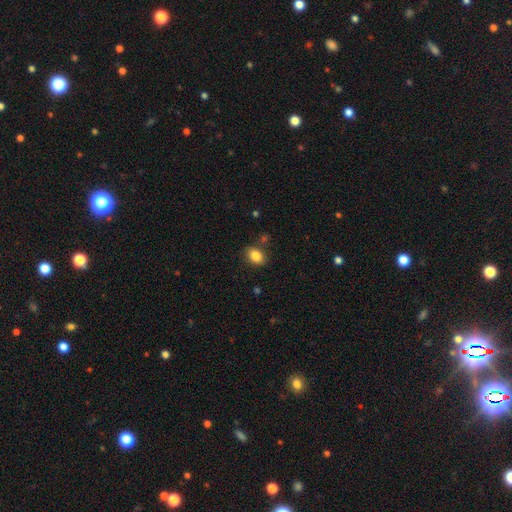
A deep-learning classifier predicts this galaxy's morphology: Smooth or featured? smooth (85%)
How rounded? in between (74%)
Merging? none (80%)